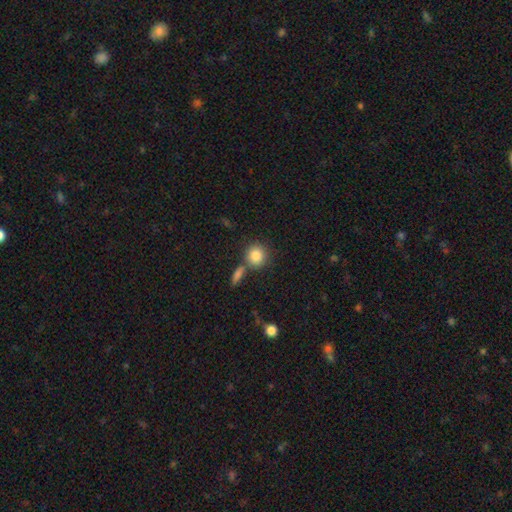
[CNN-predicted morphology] Smooth or featured? smooth (85%)
How rounded? round (84%)
Merging? none (66%)